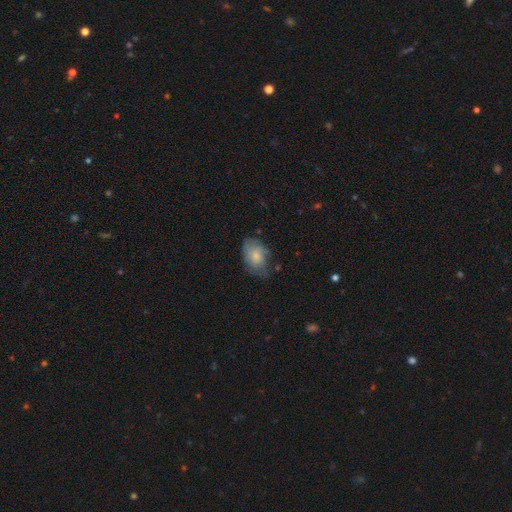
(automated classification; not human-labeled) This is likely a smooth galaxy (67%). How rounded: clearly in between (84%). Merging: possibly none (54%).